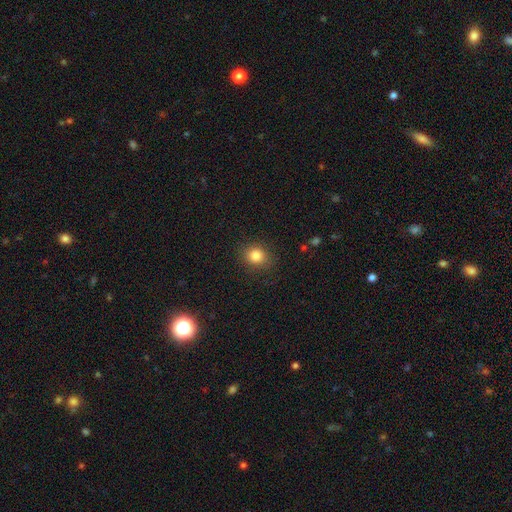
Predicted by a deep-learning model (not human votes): The model was most divided on "how rounded": round: 75%, in between: 25%, cigar-shaped: 1%. More confident: merging — none (87%); smooth or featured — smooth (83%).